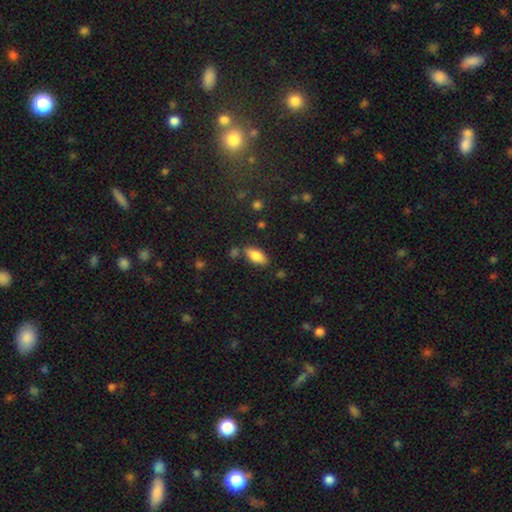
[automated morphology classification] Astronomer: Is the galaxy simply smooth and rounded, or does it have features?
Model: smooth — 81%.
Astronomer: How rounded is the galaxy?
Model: in between — 84%.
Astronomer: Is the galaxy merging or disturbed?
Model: none — 76%.